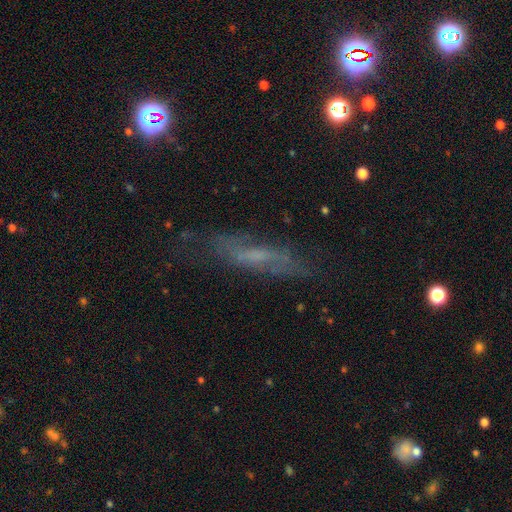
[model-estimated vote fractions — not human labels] Morphology: type=featured or disk (54%); edge-on=no (55%); merging=none (69%).